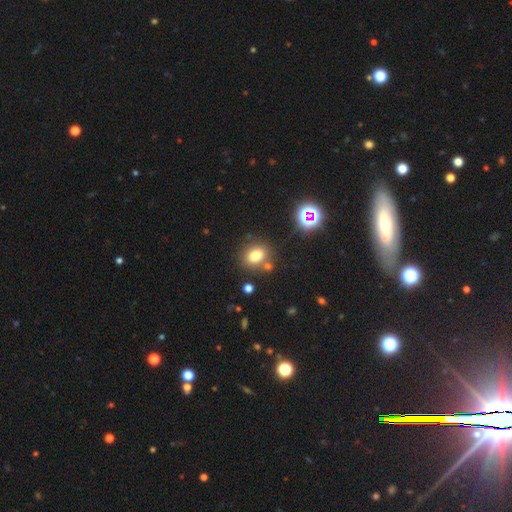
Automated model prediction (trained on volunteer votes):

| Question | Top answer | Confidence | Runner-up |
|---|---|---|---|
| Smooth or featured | smooth | 77% | star or artifact (15%) |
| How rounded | in between | 54% | round (44%) |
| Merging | none | 75% | minor disturbance (11%) |